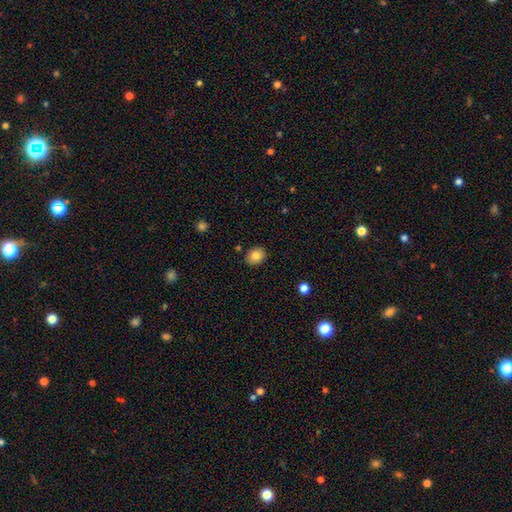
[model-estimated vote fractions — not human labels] Q: Smooth or featured?
A: smooth (84%); runner-up: star or artifact (9%)
Q: How rounded?
A: round (55%); runner-up: in between (44%)
Q: Merging?
A: none (87%); runner-up: minor disturbance (9%)